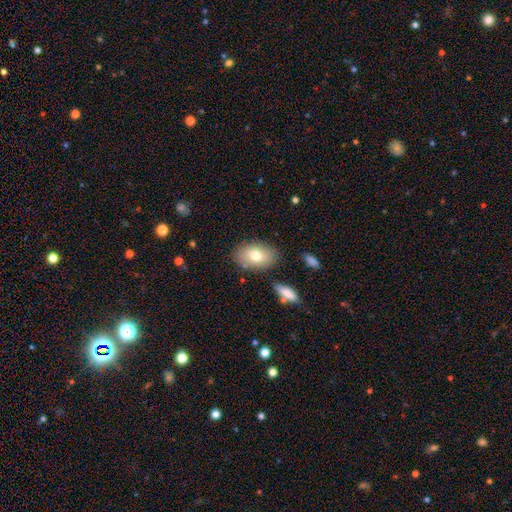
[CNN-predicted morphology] A smooth galaxy with no disk features (75%) that is in between round and cigar-shaped (88%). Merging: none (81%).